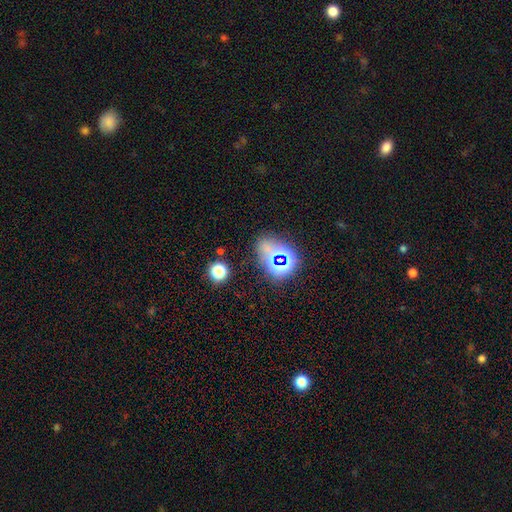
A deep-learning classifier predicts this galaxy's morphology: This appears to be a star or artifact, not a galaxy (64%).